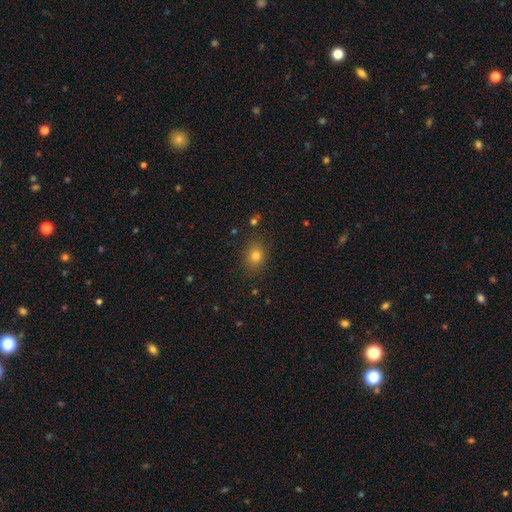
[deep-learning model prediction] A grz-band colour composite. It shows a smooth galaxy with no disk features (77%) that is round (52%). Merging: none (85%).